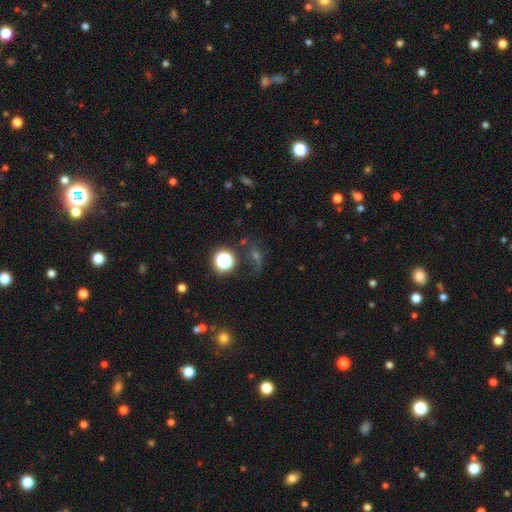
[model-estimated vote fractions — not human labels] This is marginally a star or artifact rather than a galaxy (45%).